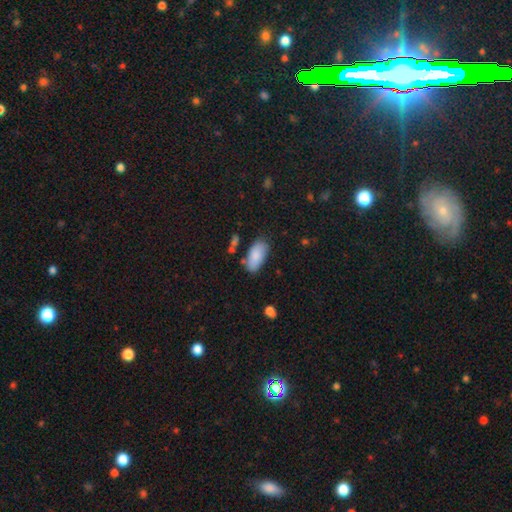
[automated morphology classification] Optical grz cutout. It shows a smooth galaxy with no disk features (86%) that is in between round and cigar-shaped (93%). Merging: none (71%).